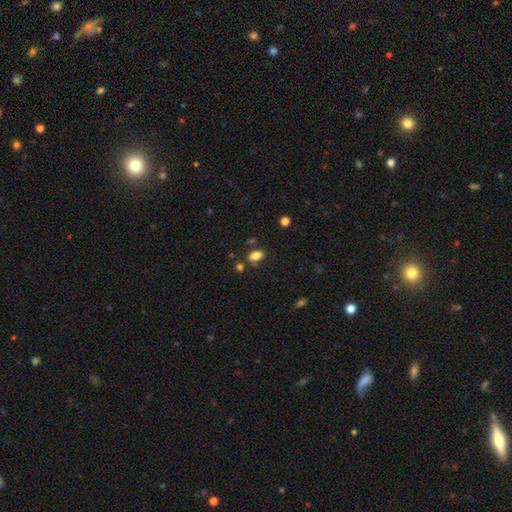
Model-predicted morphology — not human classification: Overall: smooth (83%). How rounded: in between (89%). Merging: none (77%).